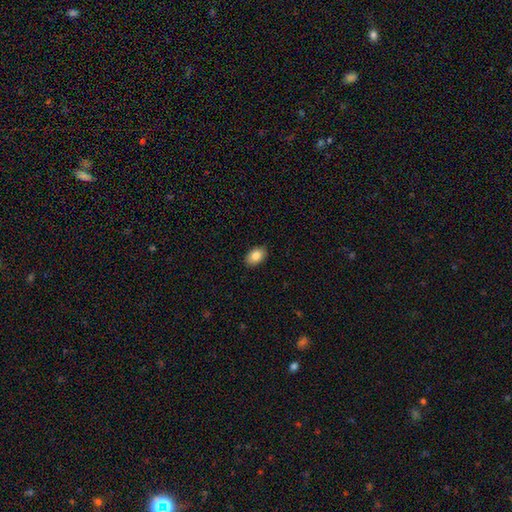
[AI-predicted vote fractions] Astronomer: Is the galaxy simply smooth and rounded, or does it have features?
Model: smooth — 86%.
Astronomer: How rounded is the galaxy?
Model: in between — 87%.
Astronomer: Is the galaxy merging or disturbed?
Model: none — 89%.